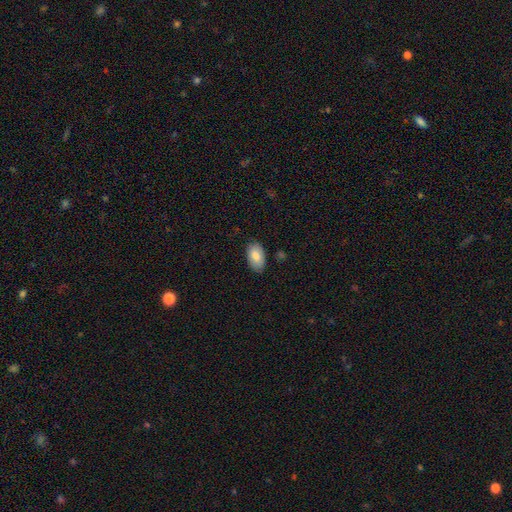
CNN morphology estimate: Smooth or featured? Predicted: smooth (p=0.81). How rounded? Predicted: in between (p=0.94). Merging? Predicted: none (p=0.84).